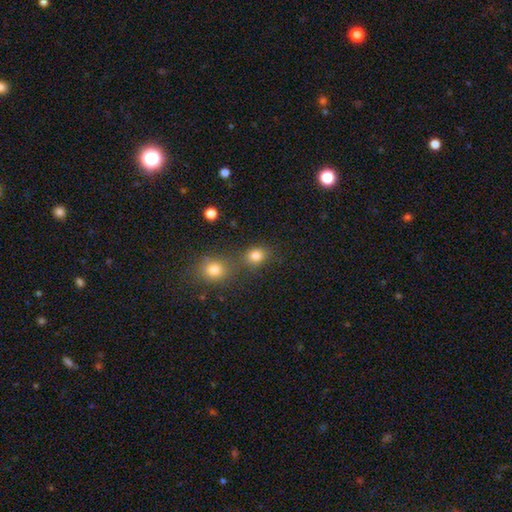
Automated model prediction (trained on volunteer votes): Smooth or featured: smooth — 81% (star or artifact — 13%)
How rounded: round — 65% (in between — 34%)
Merging: none — 60% (merger — 26%)